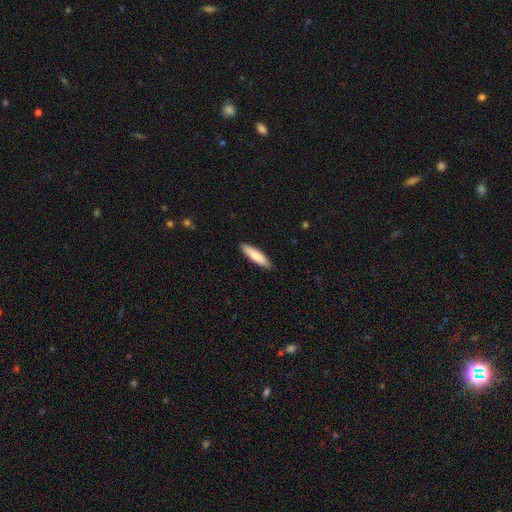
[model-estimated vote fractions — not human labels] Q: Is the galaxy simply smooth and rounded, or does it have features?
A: smooth — 79%.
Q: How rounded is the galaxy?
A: cigar-shaped — 68%.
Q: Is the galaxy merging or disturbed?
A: none — 90%.